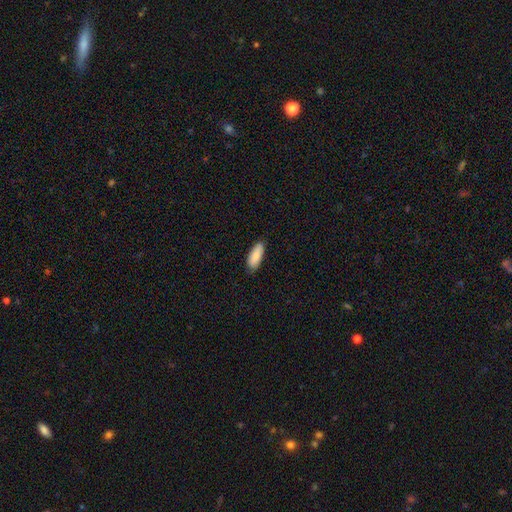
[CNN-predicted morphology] A smooth galaxy with no disk features (87%) that is in between round and cigar-shaped (76%). Merging: none (82%).